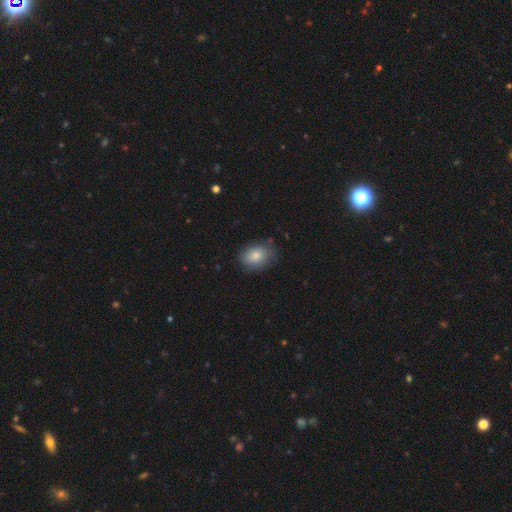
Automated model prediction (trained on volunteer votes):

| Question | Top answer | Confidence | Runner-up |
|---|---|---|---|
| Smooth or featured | smooth | 80% | featured or disk (12%) |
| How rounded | in between | 68% | round (31%) |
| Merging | none | 71% | minor disturbance (22%) |